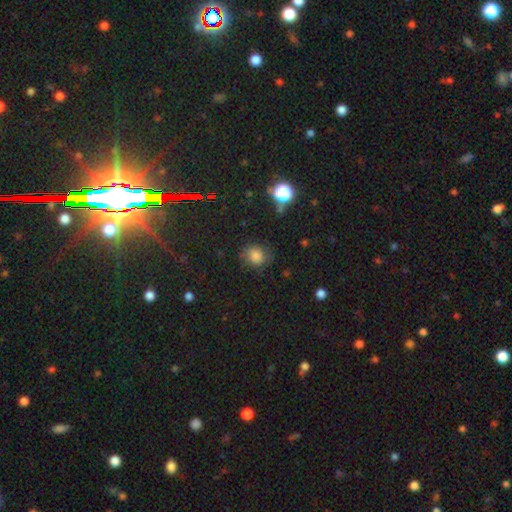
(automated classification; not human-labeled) smooth-or-featured: smooth: 72% | star or artifact: 17% | featured or disk: 11%
  how-rounded: round: 76% | in between: 23% | cigar-shaped: 1%
  merging: none: 71% | minor disturbance: 19% | major disturbance: 8% | merger: 2%